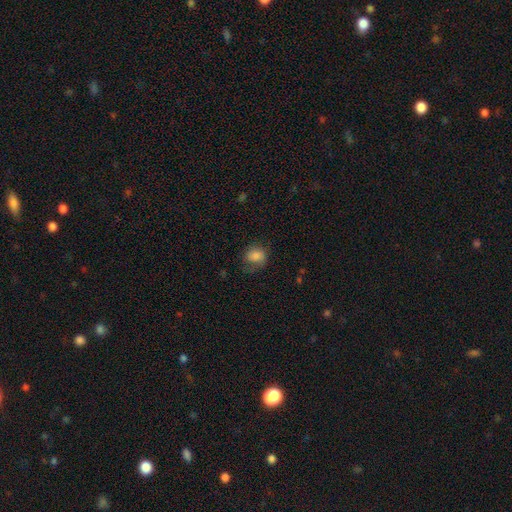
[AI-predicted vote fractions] The model was most divided on "how rounded": round: 56%, in between: 43%, cigar-shaped: 1%. More confident: smooth or featured — smooth (77%); merging — none (59%).